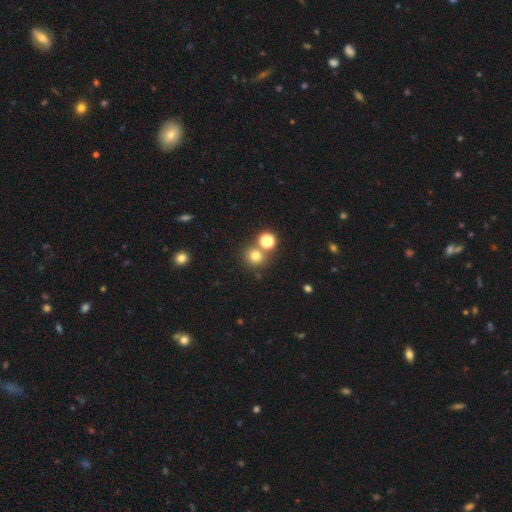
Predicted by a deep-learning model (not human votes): Smooth or featured: smooth — 74% (star or artifact — 18%)
How rounded: round — 91% (in between — 8%)
Merging: none — 71% (merger — 19%)